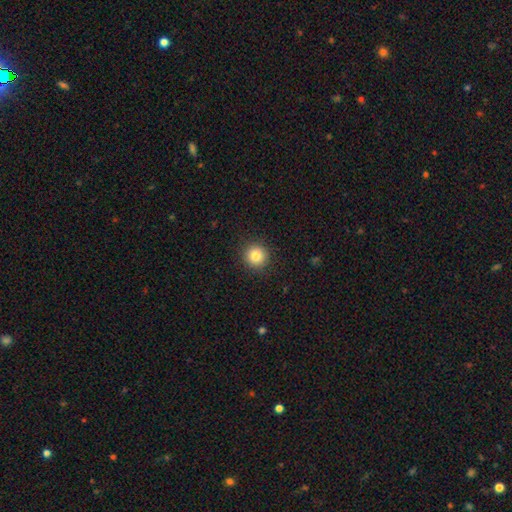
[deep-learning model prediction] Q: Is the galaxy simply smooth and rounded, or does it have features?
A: smooth — 84%.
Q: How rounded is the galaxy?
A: round — 94%.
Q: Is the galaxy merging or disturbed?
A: none — 92%.